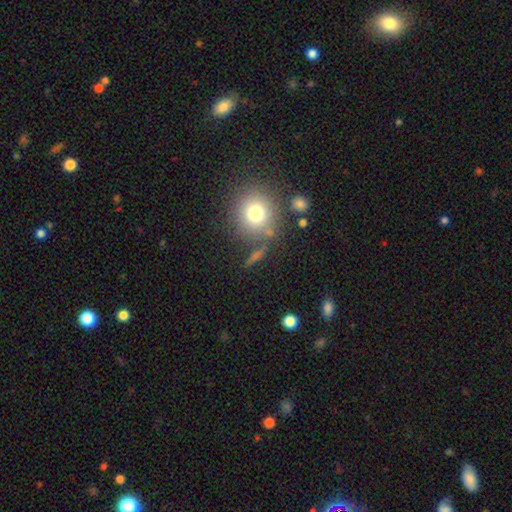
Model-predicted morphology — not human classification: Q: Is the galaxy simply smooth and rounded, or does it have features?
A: smooth — 62%.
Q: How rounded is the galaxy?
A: round — 65%.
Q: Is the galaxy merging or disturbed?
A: none — 76%.